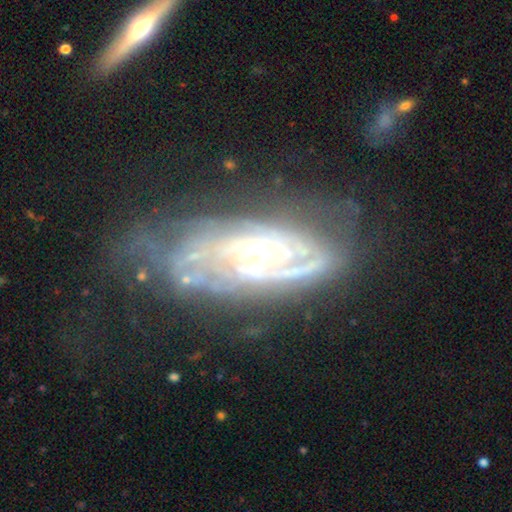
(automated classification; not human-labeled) This appears to be a featured or disk galaxy (86%) with no bar (69%), tight (61%) spiral arms (88%) and a moderate central bulge (69%). Merging: none (54%).